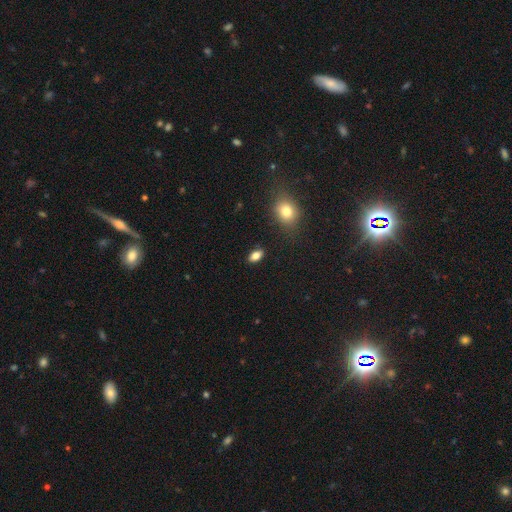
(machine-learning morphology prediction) smooth-or-featured: smooth: 83% | star or artifact: 9% | featured or disk: 8%
  how-rounded: in between: 89% | round: 7% | cigar-shaped: 4%
  merging: none: 88% | minor disturbance: 9% | major disturbance: 2% | merger: 2%